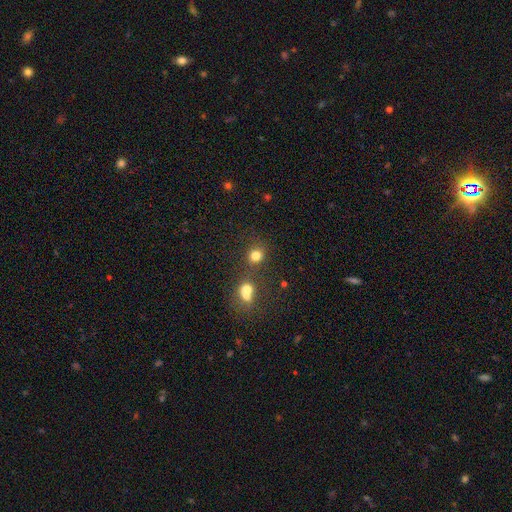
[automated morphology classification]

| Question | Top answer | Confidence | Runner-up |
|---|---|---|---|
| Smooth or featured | smooth | 78% | star or artifact (15%) |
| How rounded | round | 83% | in between (16%) |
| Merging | none | 69% | merger (18%) |